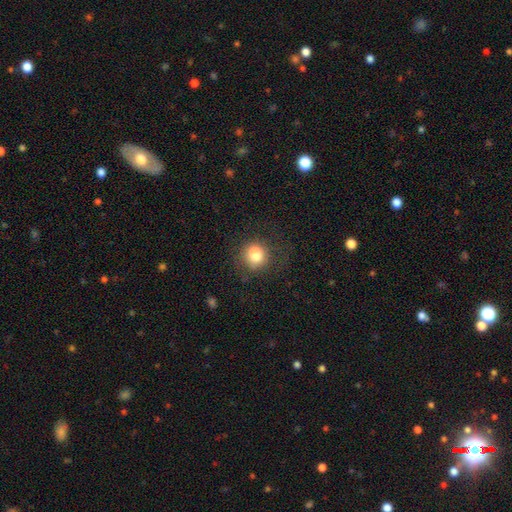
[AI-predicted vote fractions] The model was most divided on "how rounded": round: 58%, in between: 40%, cigar-shaped: 1%. More confident: smooth or featured — smooth (76%); merging — none (56%).